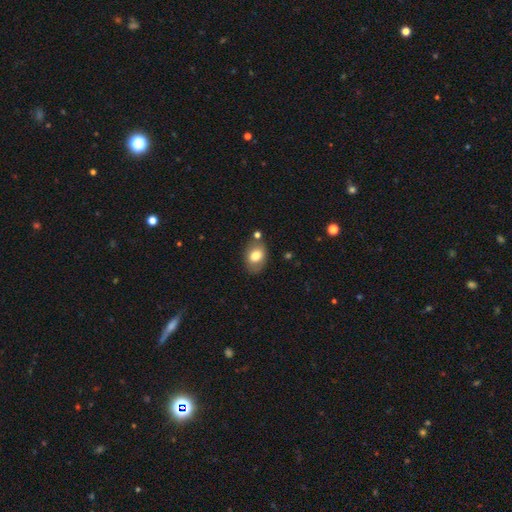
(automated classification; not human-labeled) Overall: smooth (76%). How rounded: in between (78%). Merging: none (73%).